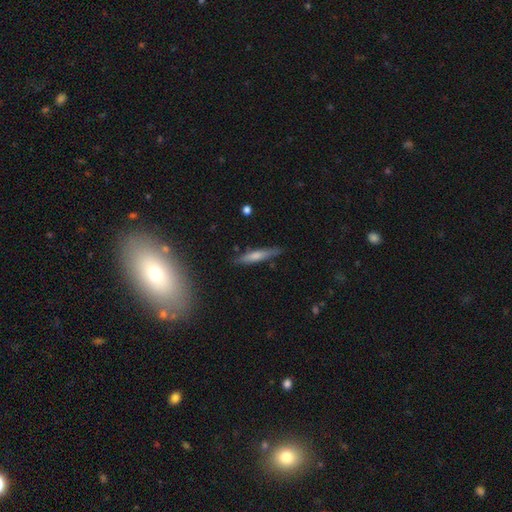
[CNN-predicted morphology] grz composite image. It shows a smooth galaxy with no disk features (61%) that is cigar-shaped (88%). Merging: none (82%).